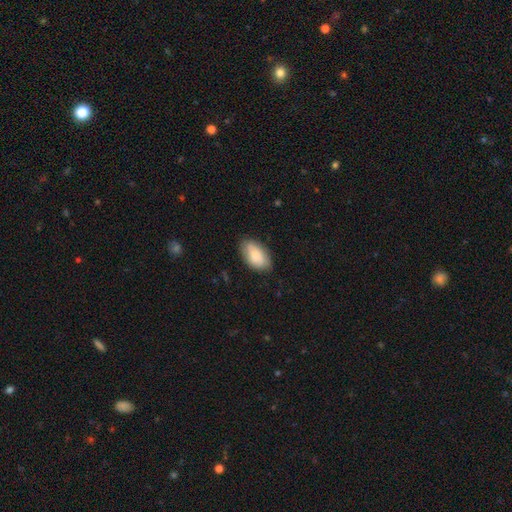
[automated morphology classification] The model was most divided on "merging": none: 78%, minor disturbance: 18%, major disturbance: 3%, merger: 1%. More confident: how rounded — in between (94%); smooth or featured — smooth (80%).